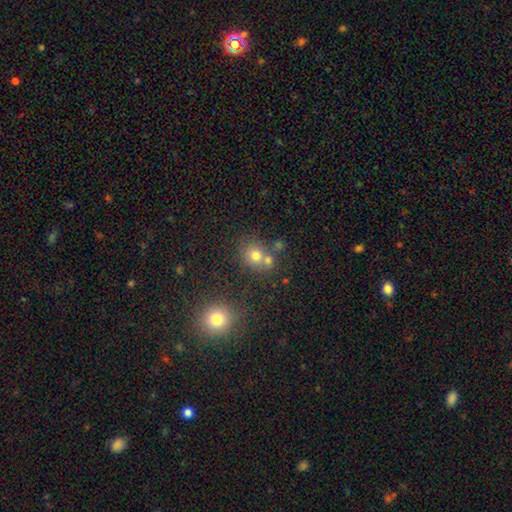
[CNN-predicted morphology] Overall: smooth (71%). How rounded: round (78%). Merging: none (53%; merger 34%).